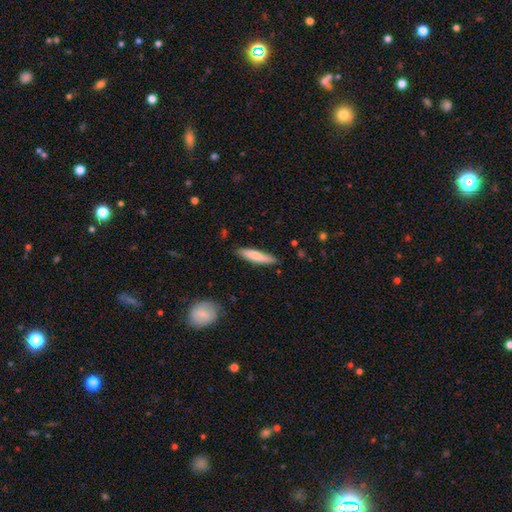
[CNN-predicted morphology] Smooth or featured? Predicted: smooth (p=0.75). How rounded? Predicted: cigar-shaped (p=0.83). Merging? Predicted: none (p=0.85).